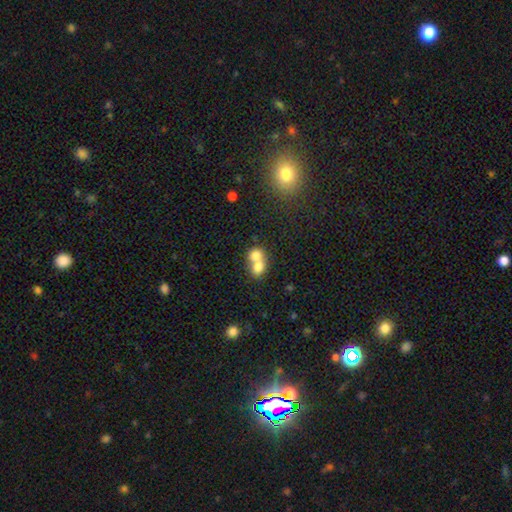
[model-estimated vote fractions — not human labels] smooth_or_featured: smooth (p=0.74) [alt: featured or disk p=0.17]
how_rounded: round (p=0.61) [alt: in between p=0.38]
merging: merger (p=0.74) [alt: none p=0.20]